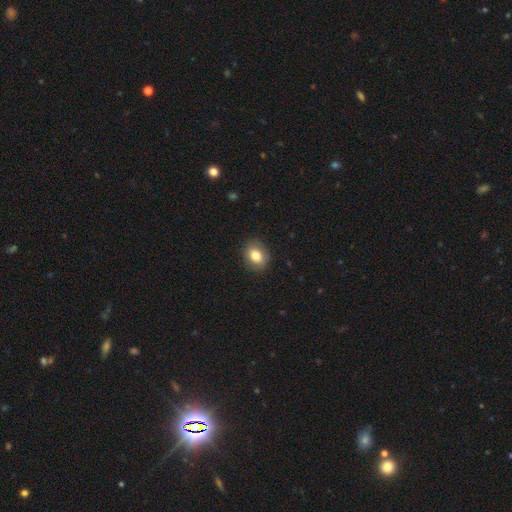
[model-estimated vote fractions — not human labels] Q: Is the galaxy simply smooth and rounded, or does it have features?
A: smooth — 82%.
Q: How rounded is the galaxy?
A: in between — 62%.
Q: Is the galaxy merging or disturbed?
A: none — 87%.